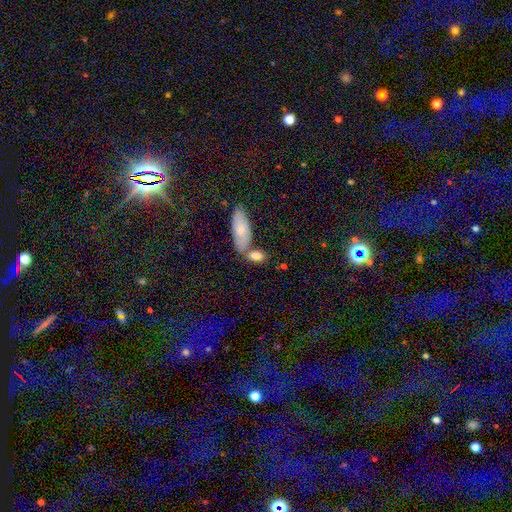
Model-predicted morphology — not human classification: Smooth or featured? smooth (79%)
How rounded? in between (82%)
Merging? none (52%)